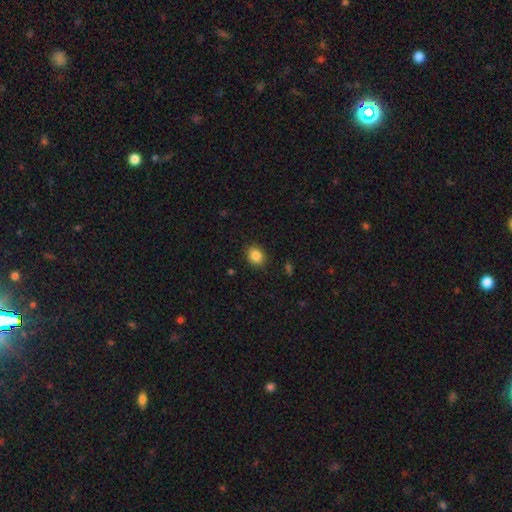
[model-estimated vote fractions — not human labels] smooth 86%, star or artifact 10%, featured or disk 5%. Down the decision tree: how rounded — round (57%); merging — none (88%).